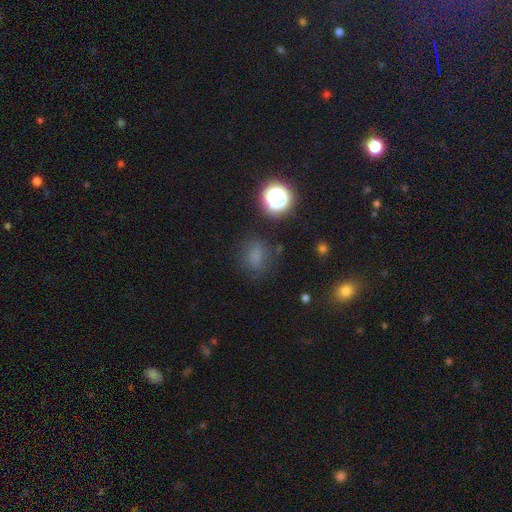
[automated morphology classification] This appears to be a smooth galaxy with no disk features (69%) that is round (52%). Merging: none (73%).